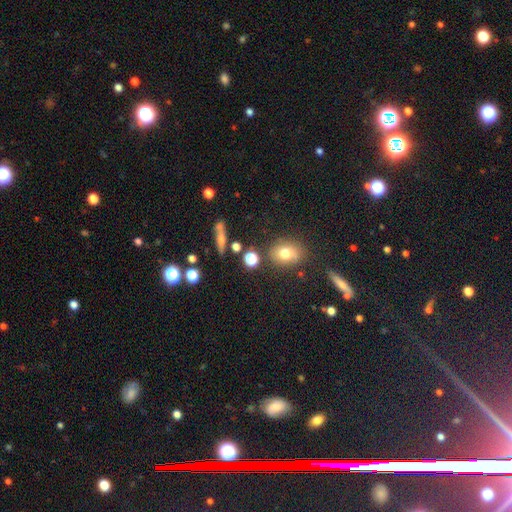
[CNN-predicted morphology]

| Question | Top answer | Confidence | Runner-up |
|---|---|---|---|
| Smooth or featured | star or artifact | 62% | smooth (29%) |